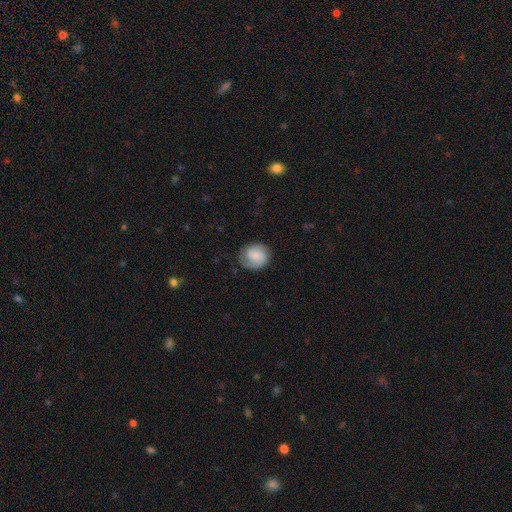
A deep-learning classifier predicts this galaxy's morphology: smooth 47%, featured or disk 45%, star or artifact 8%. Down the decision tree: merging — none (76%).